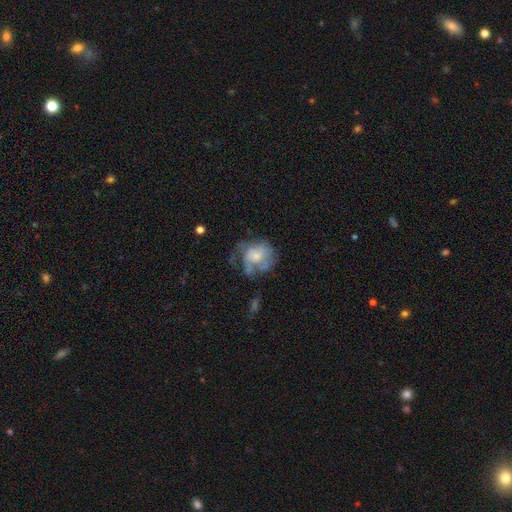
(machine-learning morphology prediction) The model was most divided on "merging" (2-way tie): major disturbance: 35%, none: 35%, minor disturbance: 26%, merger: 4%. Remaining: smooth or featured — featured or disk (49%).